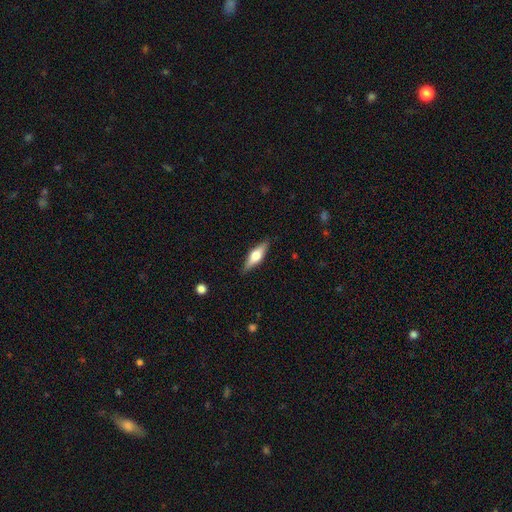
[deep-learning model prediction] Morphology: type=smooth (49%); merging=none (87%).